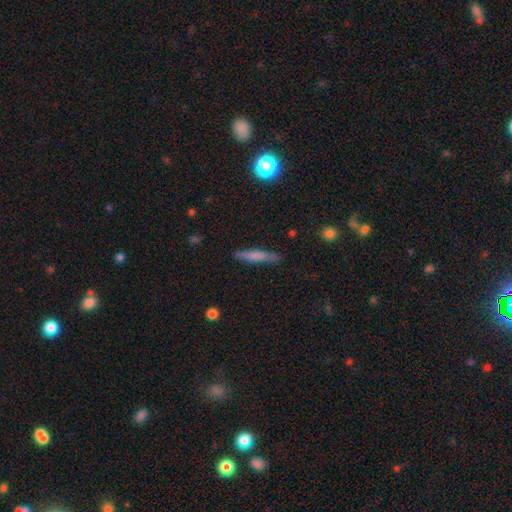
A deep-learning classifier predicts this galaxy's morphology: A smooth galaxy with no disk features (62%) that is cigar-shaped (90%). Merging: none (85%).